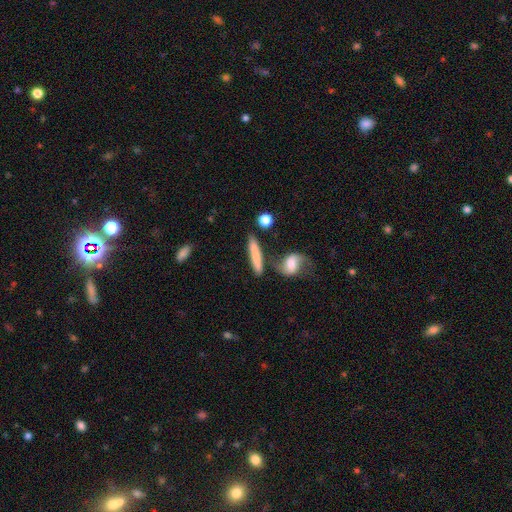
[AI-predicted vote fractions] A smooth galaxy with no disk features (67%) that is cigar-shaped (85%). Merging: none (71%).